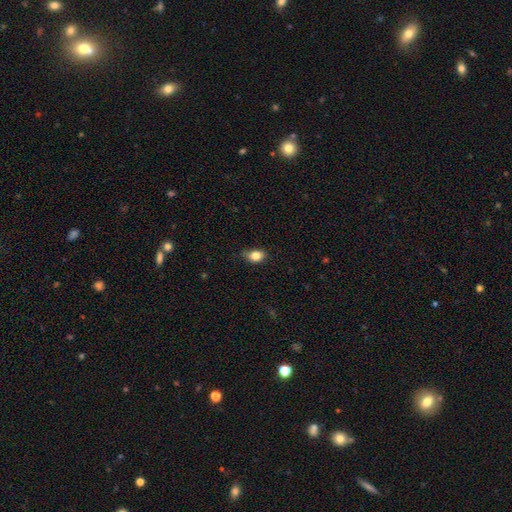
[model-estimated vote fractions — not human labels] A smooth galaxy with no disk features (82%) that is in between round and cigar-shaped (71%). Merging: none (65%).